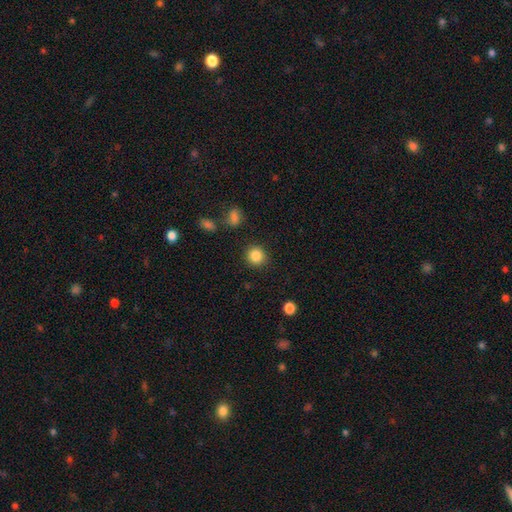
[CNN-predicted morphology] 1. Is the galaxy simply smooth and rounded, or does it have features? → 85% smooth, 10% star or artifact, 4% featured or disk.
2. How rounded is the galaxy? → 91% round, 8% in between, 1% cigar-shaped.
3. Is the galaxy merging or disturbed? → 90% none, 6% minor disturbance, 2% major disturbance, 2% merger.